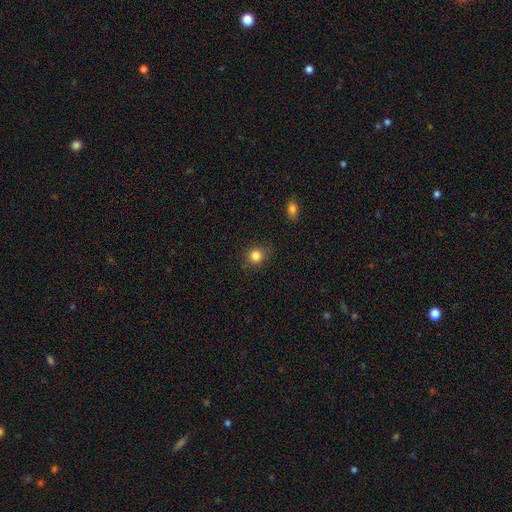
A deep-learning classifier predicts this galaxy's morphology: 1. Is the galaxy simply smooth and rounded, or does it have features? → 84% smooth, 12% star or artifact, 5% featured or disk.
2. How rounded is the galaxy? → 86% round, 13% in between, 1% cigar-shaped.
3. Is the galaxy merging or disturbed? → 85% none, 11% minor disturbance, 3% major disturbance, 1% merger.